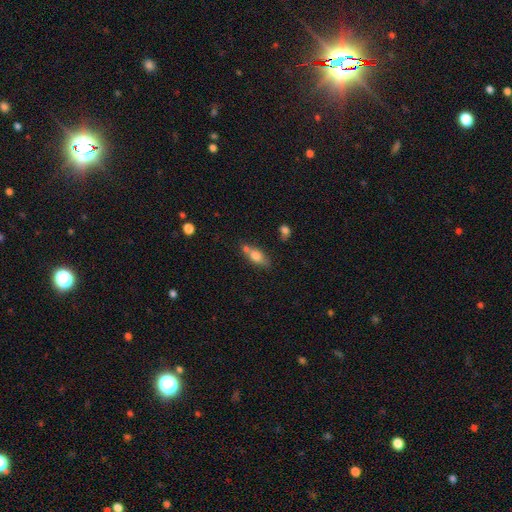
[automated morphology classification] Overall: smooth (72%). How rounded: in between (74%). Merging: none (44%; merger 34%).